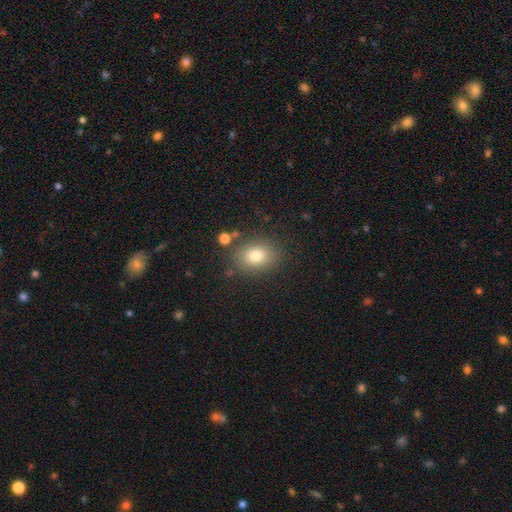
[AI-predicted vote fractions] smooth_or_featured: smooth (p=0.79) [alt: star or artifact p=0.11]
how_rounded: in between (p=0.62) [alt: round p=0.37]
merging: none (p=0.82) [alt: minor disturbance p=0.11]